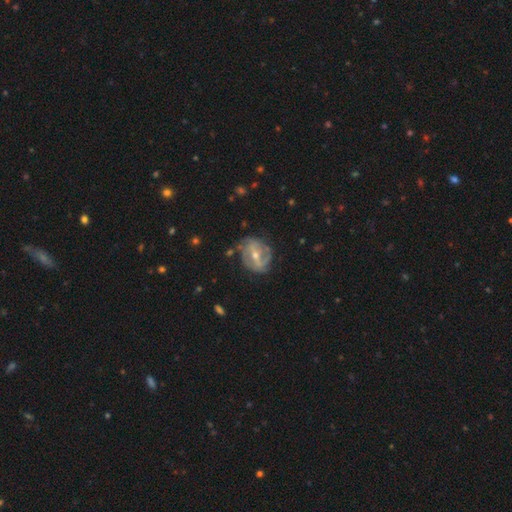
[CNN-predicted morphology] The model was most divided on "spiral winding": tight: 41%, medium: 39%, loose: 19%. Remaining: edge-on disk — no (96%); spiral arms — yes (84%); smooth or featured — featured or disk (79%); merging — none (72%); bulge size — moderate (57%); spiral arm count — 2 (57%); bar — weak (43%).